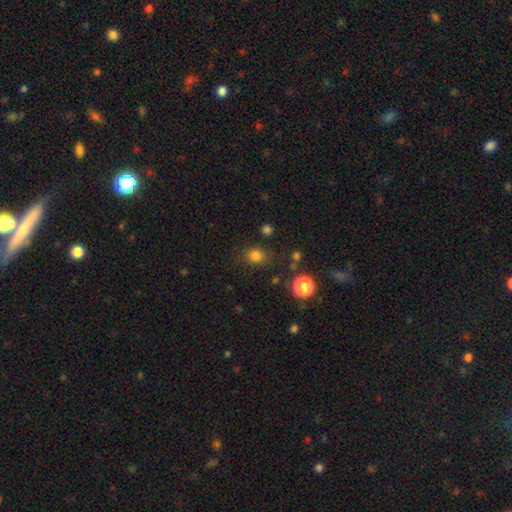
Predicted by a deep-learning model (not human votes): Smooth or featured? smooth (79%)
How rounded? round (76%)
Merging? none (81%)